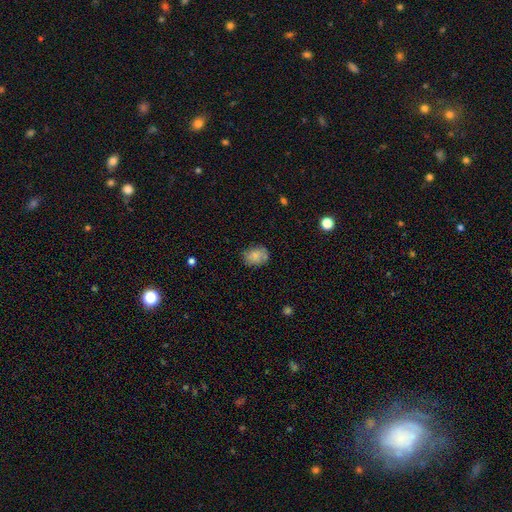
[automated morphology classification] This appears to be a smooth galaxy with no disk features (76%) that is in between round and cigar-shaped (59%). Merging: none (70%).